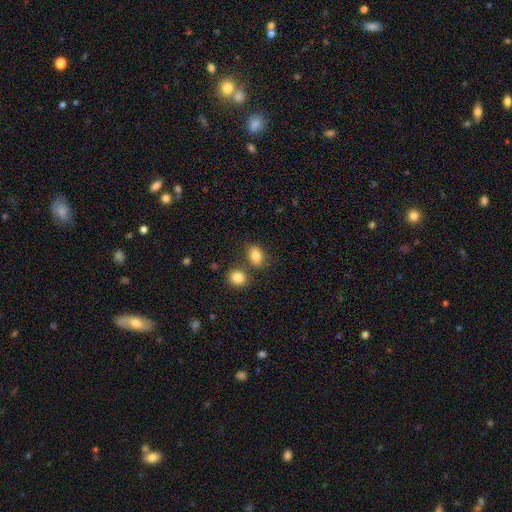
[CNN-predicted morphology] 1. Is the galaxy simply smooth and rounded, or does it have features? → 83% smooth, 9% star or artifact, 7% featured or disk.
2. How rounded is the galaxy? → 75% in between, 24% round, 2% cigar-shaped.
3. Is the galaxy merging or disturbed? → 66% none, 18% merger, 13% minor disturbance, 4% major disturbance.